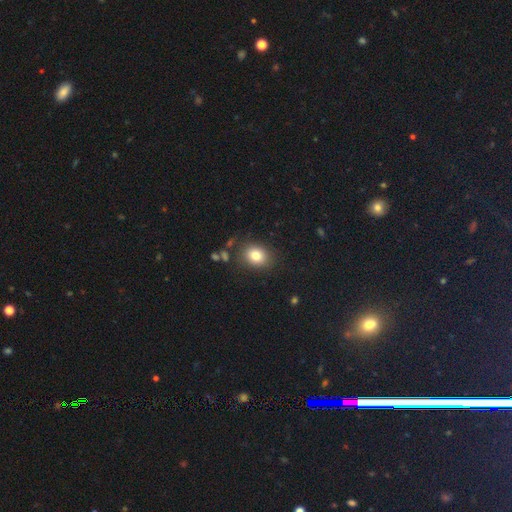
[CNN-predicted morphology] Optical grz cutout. It shows a smooth galaxy with no disk features (81%) that is round (55%). Merging: none (82%).